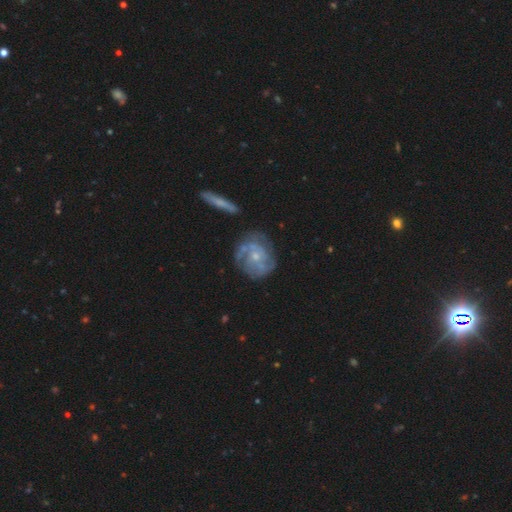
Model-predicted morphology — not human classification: Q: Smooth or featured?
A: featured or disk (78%); runner-up: smooth (15%)
Q: Edge-on disk?
A: no (97%); runner-up: yes (3%)
Q: Bar?
A: no (71%); runner-up: weak (25%)
Q: Spiral arms?
A: yes (87%); runner-up: no (13%)
Q: Spiral winding?
A: tight (50%); runner-up: medium (37%)
Q: Spiral arm count?
A: can't tell (33%); runner-up: 2 (30%)
Q: Bulge size?
A: small (58%); runner-up: moderate (35%)
Q: Merging?
A: none (66%); runner-up: minor disturbance (20%)